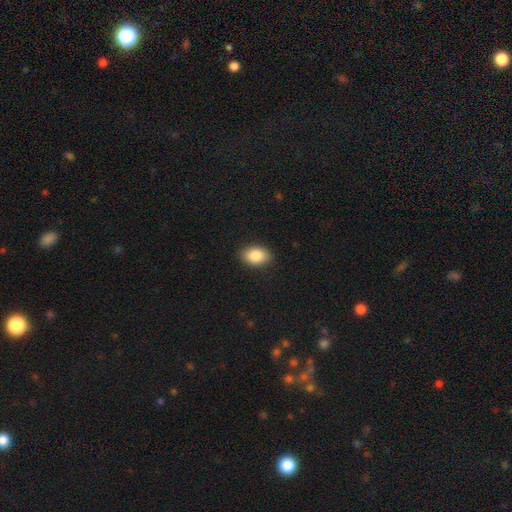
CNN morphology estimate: Smooth or featured?
  - smooth: 86% *
  - star or artifact: 7%
  - featured or disk: 6%
How rounded?
  - in between: 84% *
  - round: 14%
  - cigar-shaped: 1%
Merging?
  - none: 89% *
  - minor disturbance: 8%
  - major disturbance: 2%
  - merger: 1%